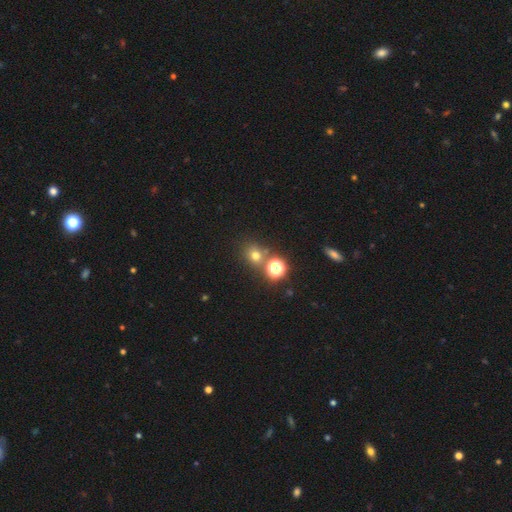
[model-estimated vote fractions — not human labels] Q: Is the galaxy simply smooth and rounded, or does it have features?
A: smooth — 65%.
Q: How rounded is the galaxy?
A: round — 80%.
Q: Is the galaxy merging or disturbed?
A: none — 71%.